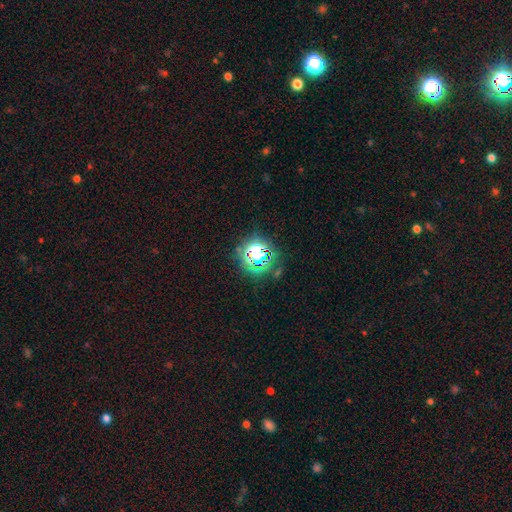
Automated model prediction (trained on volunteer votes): Morphology: type=star or artifact (62%).